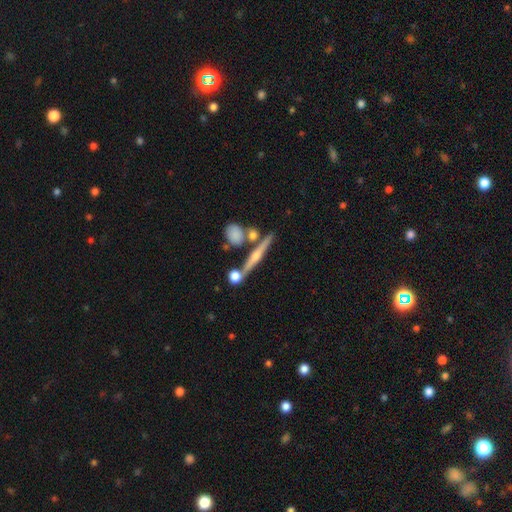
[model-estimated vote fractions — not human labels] Smooth or featured: featured or disk — 72% (smooth — 19%)
Edge-on disk: yes — 95% (no — 5%)
Edge-on bulge: rounded — 84% (none — 11%)
Merging: none — 74% (merger — 13%)